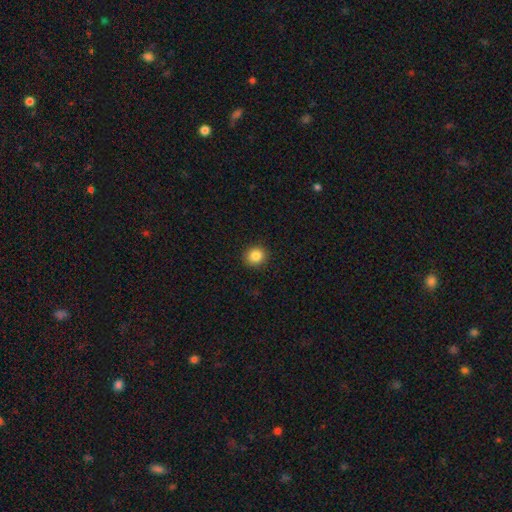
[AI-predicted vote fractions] A smooth galaxy with no disk features (86%) that is round (85%). Merging: none (91%).